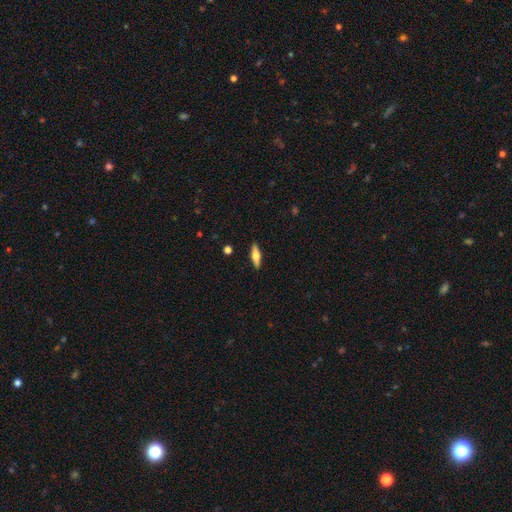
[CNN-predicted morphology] smooth_or_featured: featured or disk (p=0.48) [alt: smooth p=0.46]
merging: none (p=0.90) [alt: minor disturbance p=0.07]